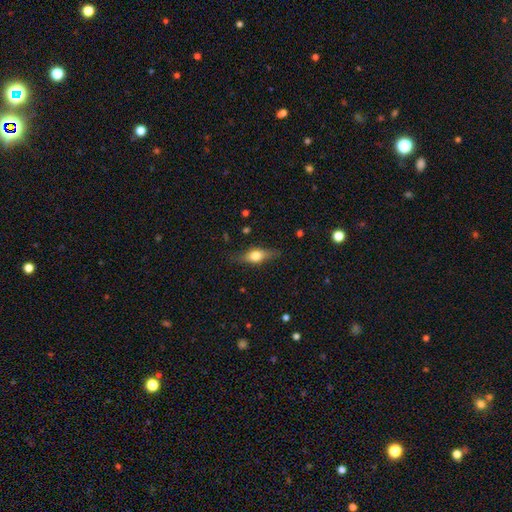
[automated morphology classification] Smooth or featured?
  - smooth: 52% *
  - featured or disk: 40%
  - star or artifact: 8%
How rounded?
  - in between: 60% *
  - cigar-shaped: 31%
  - round: 9%
Merging?
  - none: 79% *
  - minor disturbance: 16%
  - major disturbance: 4%
  - merger: 1%